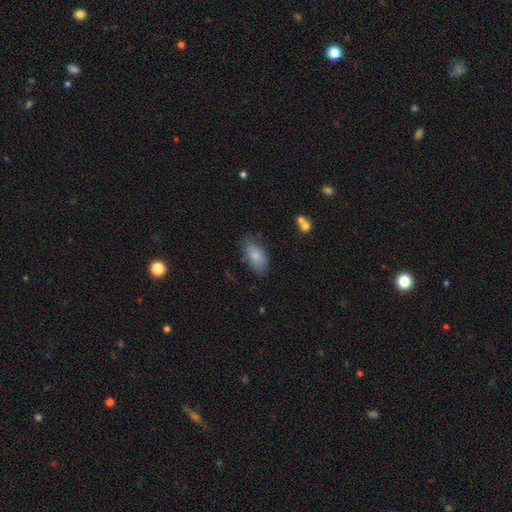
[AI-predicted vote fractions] Smooth or featured? Predicted: smooth (p=0.81). How rounded? Predicted: in between (p=0.92). Merging? Predicted: none (p=0.70).